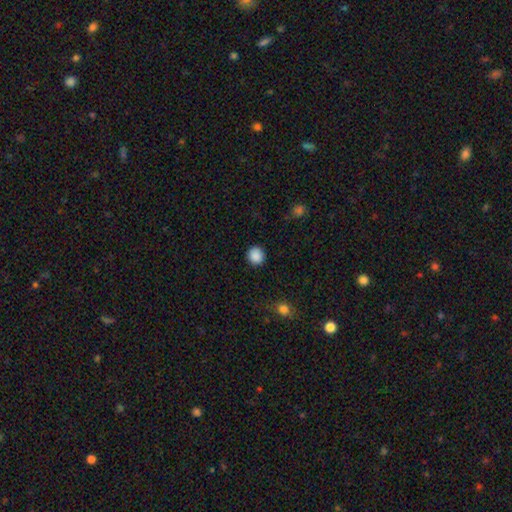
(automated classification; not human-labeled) smooth 88%, star or artifact 9%, featured or disk 3%. Down the decision tree: how rounded — round (91%); merging — none (91%).